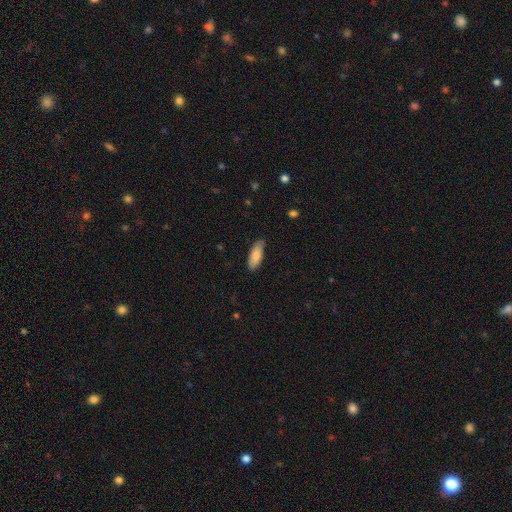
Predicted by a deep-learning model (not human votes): smooth 85%, featured or disk 9%, star or artifact 6%. Down the decision tree: how rounded — in between (73%); merging — none (78%).